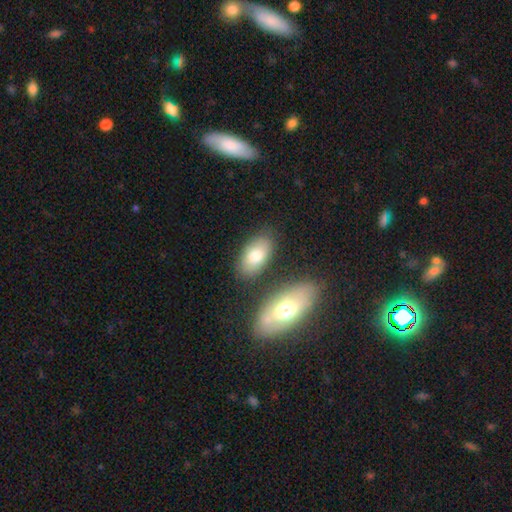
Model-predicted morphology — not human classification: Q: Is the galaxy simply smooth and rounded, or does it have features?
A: smooth — 76%.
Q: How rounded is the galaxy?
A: in between — 92%.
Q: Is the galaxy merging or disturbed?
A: none — 76%.